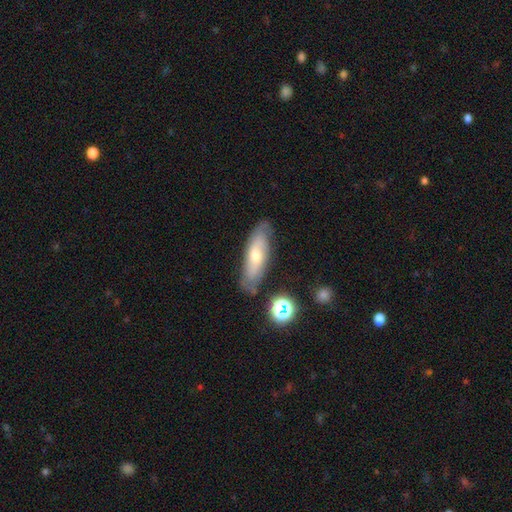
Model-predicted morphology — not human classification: A featured or disk galaxy (48%).

Vote fractions:
- Smooth or featured? featured or disk: 48% / smooth: 43% / star or artifact: 9%
- Merging? none: 77% / minor disturbance: 16% / major disturbance: 4% / merger: 3%